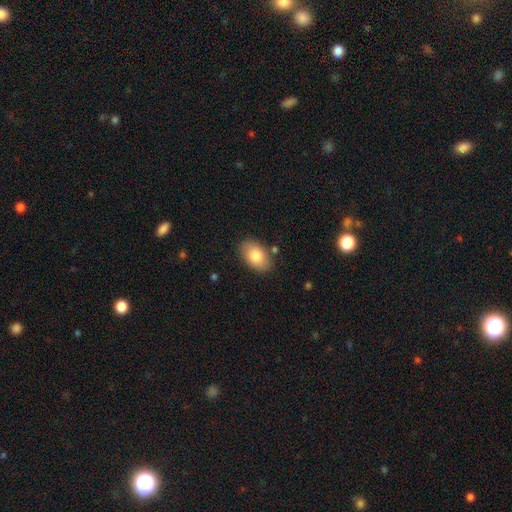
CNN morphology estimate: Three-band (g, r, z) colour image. It shows a smooth galaxy with no disk features (82%) that is in between round and cigar-shaped (92%). Merging: none (83%).